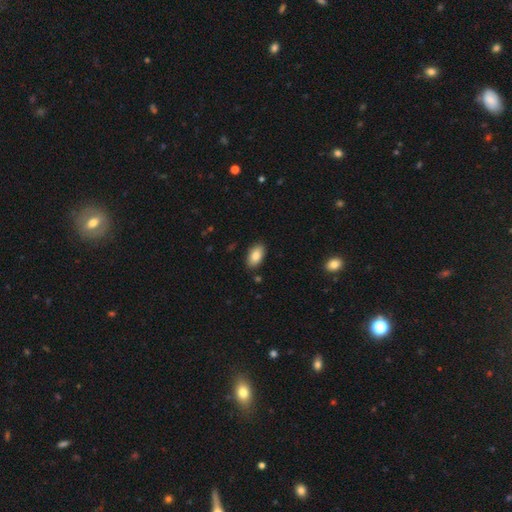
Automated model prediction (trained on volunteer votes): A smooth galaxy with no disk features (86%) that is in between round and cigar-shaped (94%).

Vote fractions:
- Smooth or featured? smooth: 86% / featured or disk: 7% / star or artifact: 7%
- How rounded? in between: 94% / round: 4% / cigar-shaped: 2%
- Merging? none: 87% / minor disturbance: 10% / major disturbance: 2% / merger: 1%